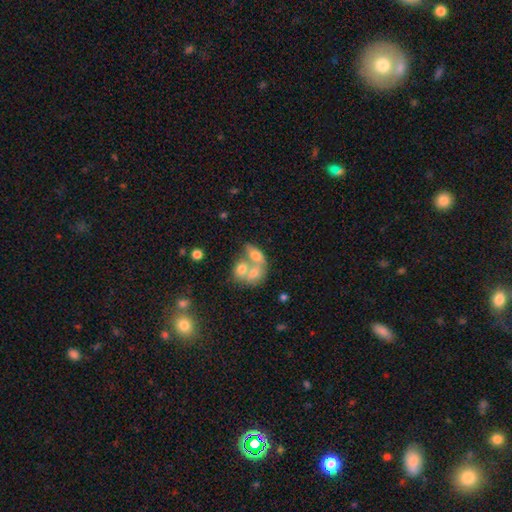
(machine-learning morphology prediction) Q: Smooth or featured?
A: smooth (61%); runner-up: featured or disk (29%)
Q: How rounded?
A: in between (76%); runner-up: round (21%)
Q: Merging?
A: merger (71%); runner-up: none (17%)